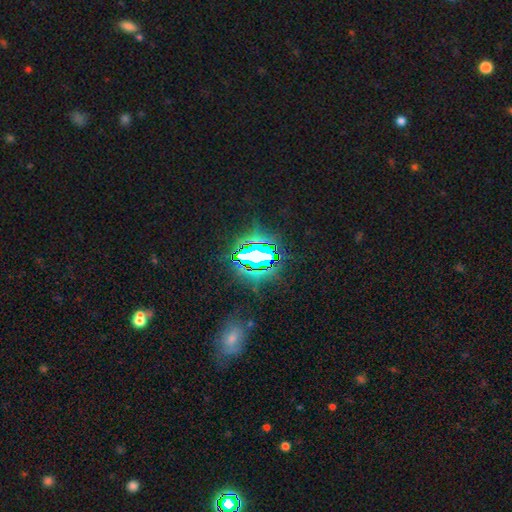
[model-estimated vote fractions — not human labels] Smooth or featured: star or artifact — 79% (smooth — 11%)